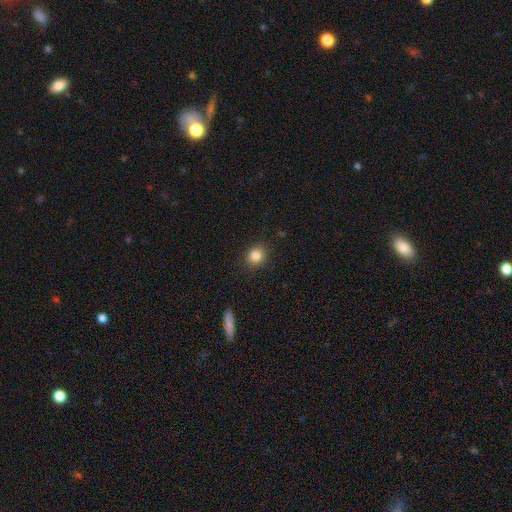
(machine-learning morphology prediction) smooth_or_featured: smooth (p=0.85) [alt: star or artifact p=0.11]
how_rounded: round (p=0.77) [alt: in between p=0.22]
merging: none (p=0.89) [alt: minor disturbance p=0.08]